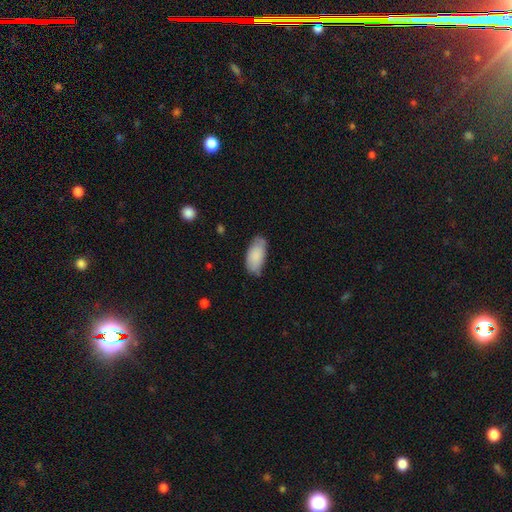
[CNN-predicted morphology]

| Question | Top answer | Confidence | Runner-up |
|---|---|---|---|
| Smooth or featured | smooth | 85% | featured or disk (9%) |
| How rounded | in between | 94% | cigar-shaped (4%) |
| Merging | none | 68% | minor disturbance (26%) |